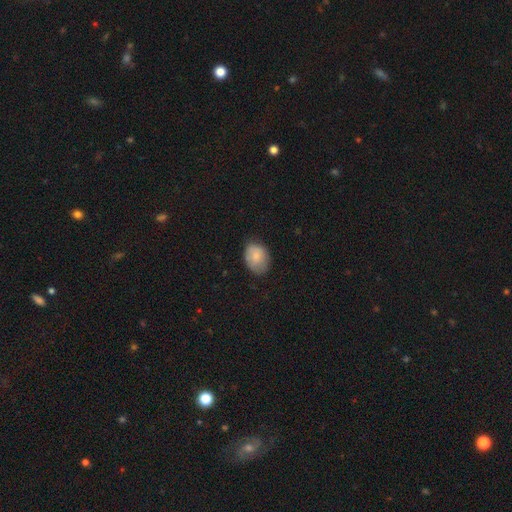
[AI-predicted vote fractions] A smooth galaxy with no disk features (82%) that is in between round and cigar-shaped (70%).

Vote fractions:
- Smooth or featured? smooth: 82% / featured or disk: 11% / star or artifact: 7%
- How rounded? in between: 70% / round: 29% / cigar-shaped: 1%
- Merging? none: 70% / minor disturbance: 24% / major disturbance: 5% / merger: 1%